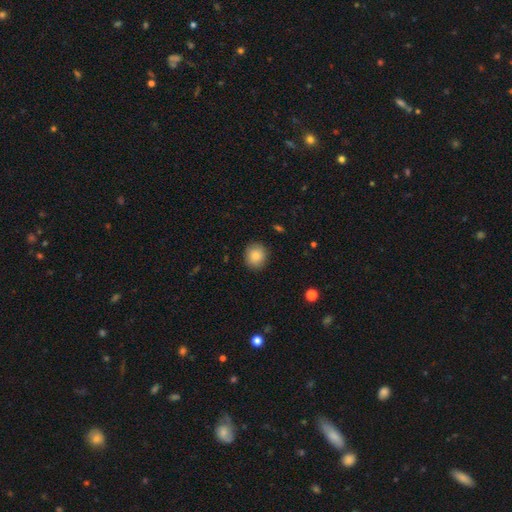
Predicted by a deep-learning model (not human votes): This is clearly a smooth galaxy (86%). How rounded: clearly round (82%). Merging: clearly none (88%).